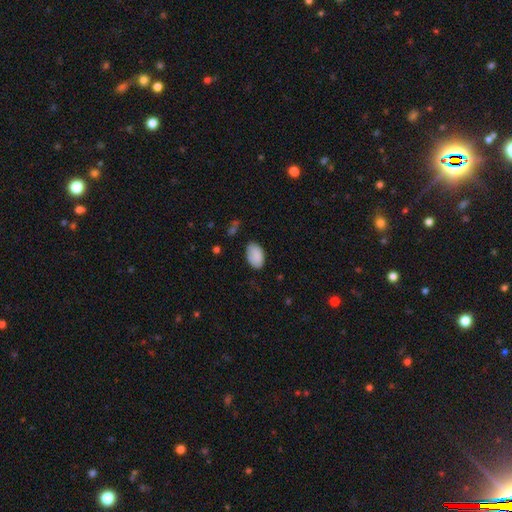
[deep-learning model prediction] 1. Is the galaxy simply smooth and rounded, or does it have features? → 88% smooth, 7% star or artifact, 5% featured or disk.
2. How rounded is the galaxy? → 93% in between, 6% round, 1% cigar-shaped.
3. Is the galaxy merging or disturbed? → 78% none, 17% minor disturbance, 4% major disturbance, 2% merger.